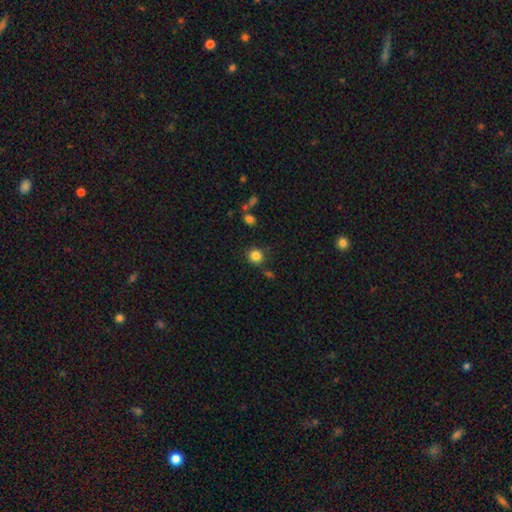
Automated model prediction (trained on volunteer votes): The model was most divided on "merging": none: 81%, minor disturbance: 10%, merger: 5%, major disturbance: 3%. More confident: how rounded — round (89%); smooth or featured — smooth (84%).